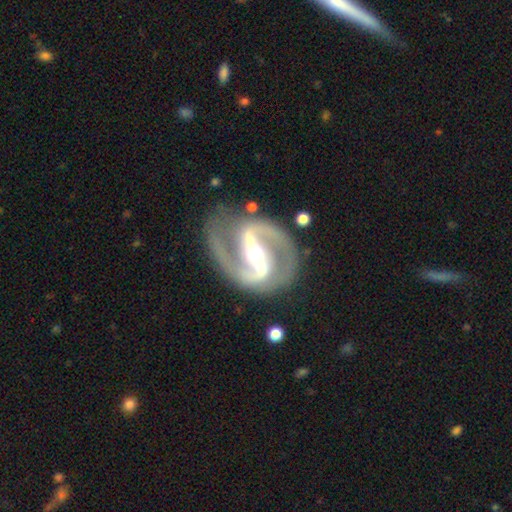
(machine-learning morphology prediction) This is clearly a featured or disk galaxy (93%). It is clearly not viewed edge-on (98%). Bar: likely strong (71%). Spiral arm pattern: clearly yes (98%). Spiral arm count: clearly 2 (94%). Spiral winding: likely medium (61%). Central bulge: likely moderate (62%). Merging: likely none (79%).